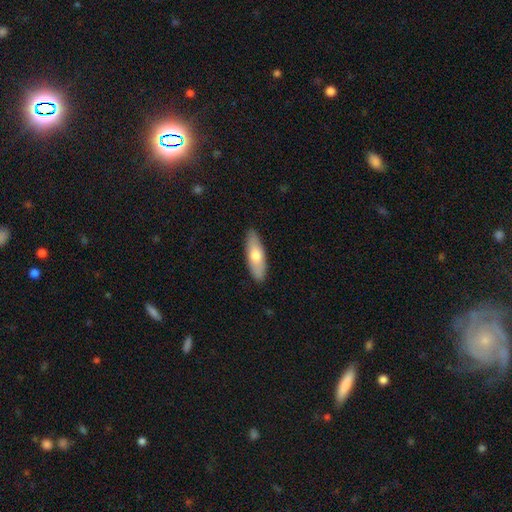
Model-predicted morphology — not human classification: smooth-or-featured: smooth: 67% | featured or disk: 27% | star or artifact: 5%
  how-rounded: in between: 53% | cigar-shaped: 45% | round: 2%
  merging: none: 88% | minor disturbance: 9% | major disturbance: 2% | merger: 1%